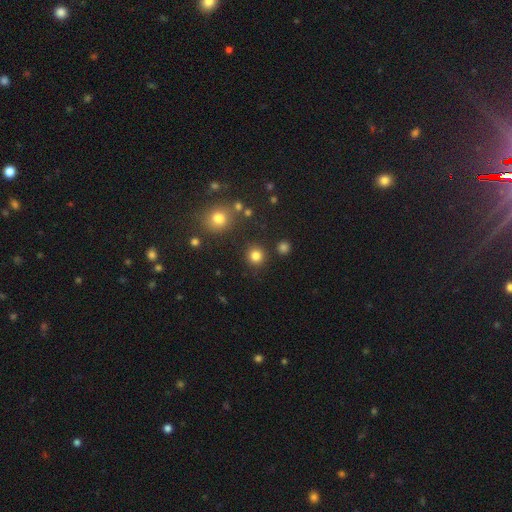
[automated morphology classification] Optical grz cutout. It shows a smooth galaxy with no disk features (82%) that is round (93%). Merging: none (89%).